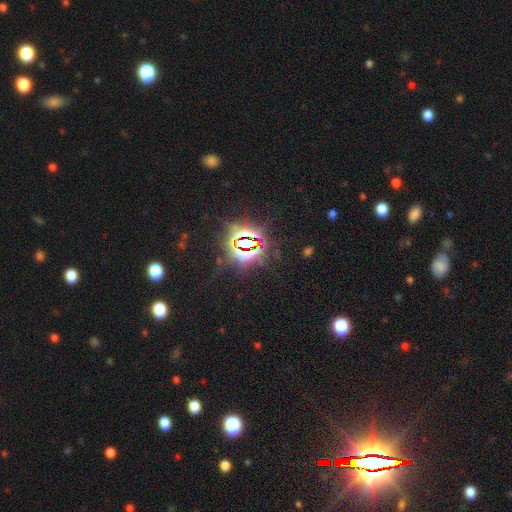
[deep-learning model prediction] A star or artifact, not a galaxy (85%).

Vote fractions:
- Smooth or featured? star or artifact: 85% / smooth: 9% / featured or disk: 6%